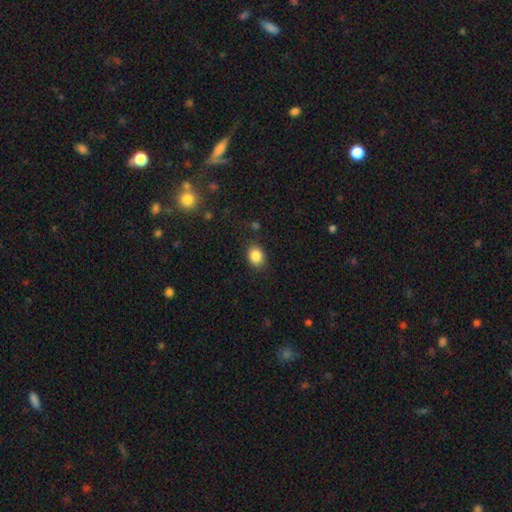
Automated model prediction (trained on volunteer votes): Smooth or featured? smooth (86%)
How rounded? in between (55%)
Merging? none (85%)